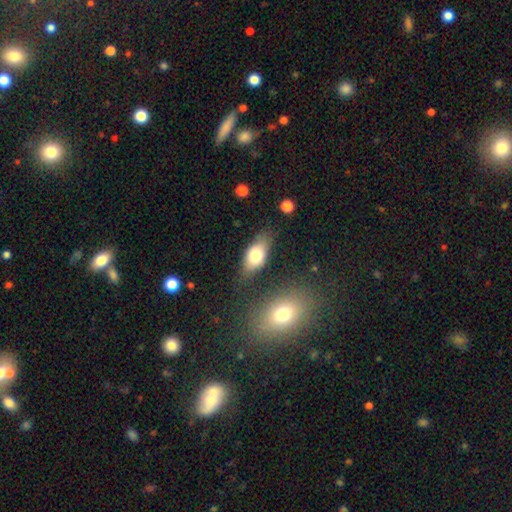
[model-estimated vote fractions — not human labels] Smooth or featured? smooth (74%)
How rounded? in between (87%)
Merging? none (73%)